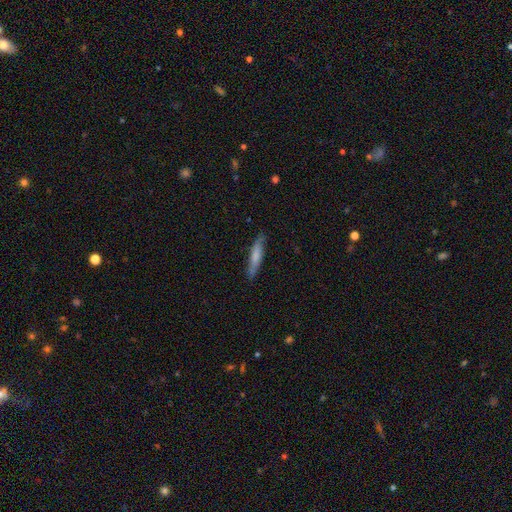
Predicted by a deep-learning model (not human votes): This is likely a smooth galaxy (66%). How rounded: clearly cigar-shaped (88%). Merging: clearly none (82%).